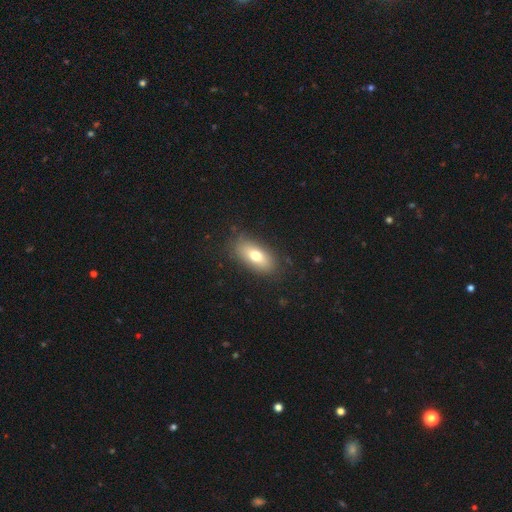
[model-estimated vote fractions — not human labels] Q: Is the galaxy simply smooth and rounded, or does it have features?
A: smooth — 72%.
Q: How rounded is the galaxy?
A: in between — 85%.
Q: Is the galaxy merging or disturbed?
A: none — 83%.